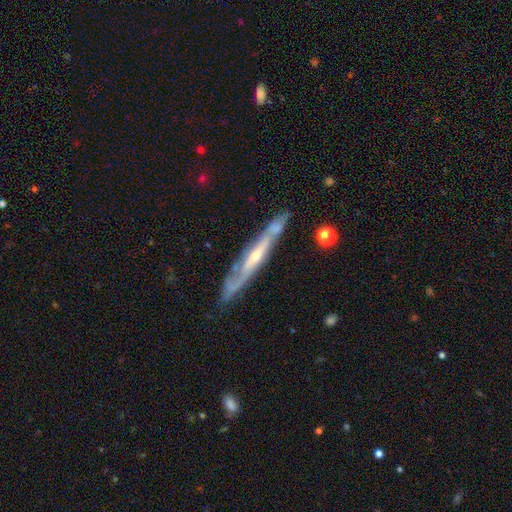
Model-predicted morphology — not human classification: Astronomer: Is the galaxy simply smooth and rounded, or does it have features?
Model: featured or disk — 80%.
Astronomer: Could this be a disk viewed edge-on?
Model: yes — 73%.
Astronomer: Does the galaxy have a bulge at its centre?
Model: rounded — 64%.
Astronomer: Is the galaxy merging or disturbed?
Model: none — 71%.